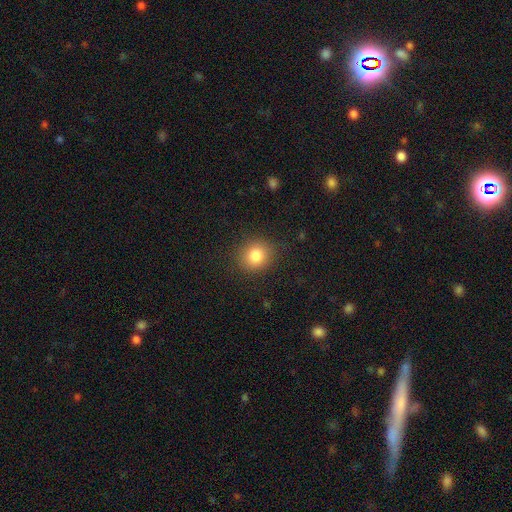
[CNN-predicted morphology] A smooth galaxy with no disk features (82%) that is round (78%).

Vote fractions:
- Smooth or featured? smooth: 82% / star or artifact: 11% / featured or disk: 7%
- How rounded? round: 78% / in between: 21% / cigar-shaped: 1%
- Merging? none: 87% / minor disturbance: 9% / major disturbance: 3% / merger: 1%